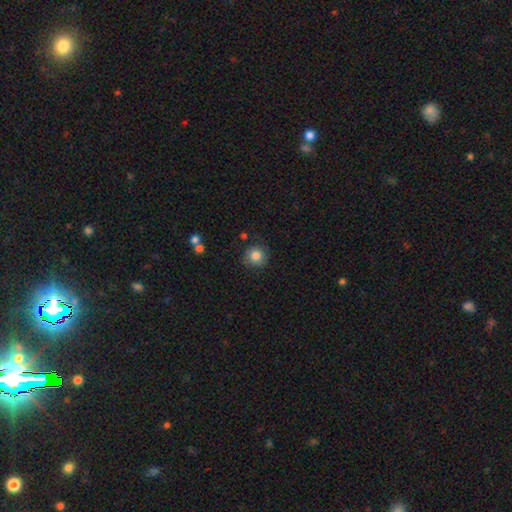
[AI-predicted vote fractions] This appears to be a smooth galaxy with no disk features (81%) that is round (91%). Merging: none (80%).